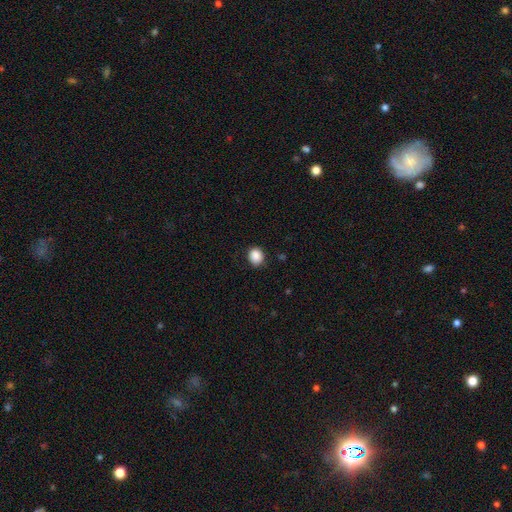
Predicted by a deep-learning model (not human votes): smooth-or-featured: smooth: 88% | star or artifact: 9% | featured or disk: 3%
  how-rounded: round: 69% | in between: 30% | cigar-shaped: 1%
  merging: none: 85% | minor disturbance: 11% | major disturbance: 3% | merger: 1%